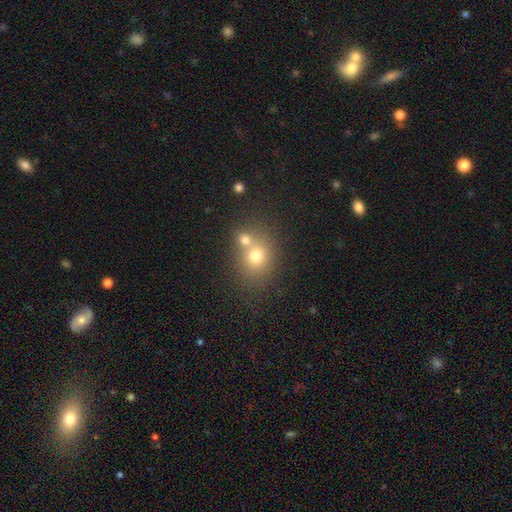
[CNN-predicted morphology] smooth 71%, featured or disk 15%, star or artifact 14%. Down the decision tree: how rounded — round (69%); merging — none (44%, tied with merger).